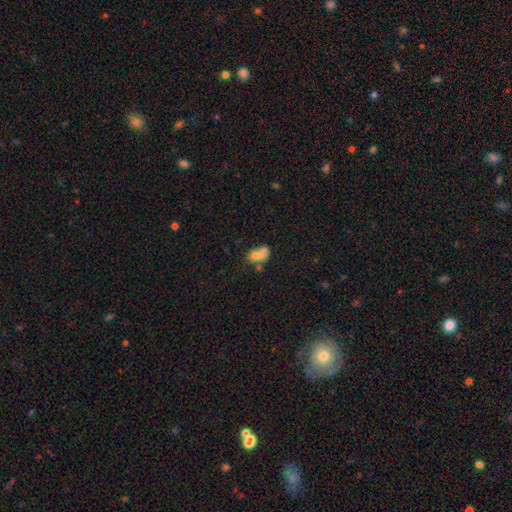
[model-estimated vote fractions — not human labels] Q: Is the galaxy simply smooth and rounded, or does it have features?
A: smooth — 68%.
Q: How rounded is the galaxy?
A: in between — 80%.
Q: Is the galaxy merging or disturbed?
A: merger — 44%.